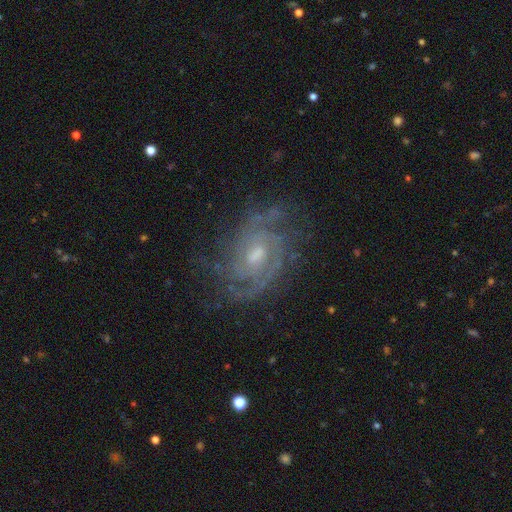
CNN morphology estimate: featured or disk 87%, star or artifact 8%, smooth 5%. Down the decision tree: edge-on disk — no (97%); bar — no (53%); spiral arms — yes (97%); spiral arm count — 2 (34%); spiral winding — tight (60%); bulge size — moderate (53%); merging — none (76%).